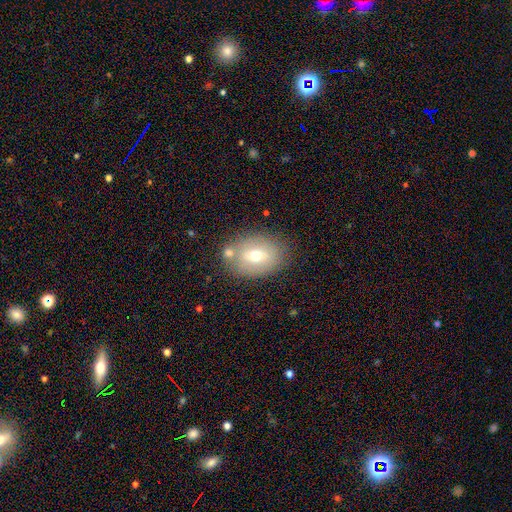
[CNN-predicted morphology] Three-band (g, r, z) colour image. It shows a smooth galaxy with no disk features (58%) that is in between round and cigar-shaped (69%). Merging: none (71%).